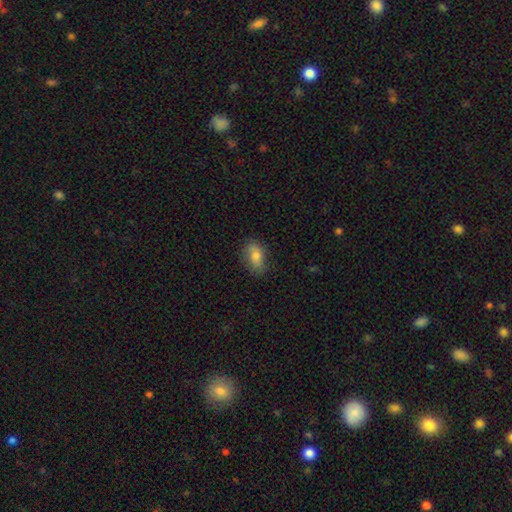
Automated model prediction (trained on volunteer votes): The model was most divided on "smooth or featured": smooth: 72%, featured or disk: 19%, star or artifact: 8%. More confident: how rounded — in between (85%); merging — none (78%).